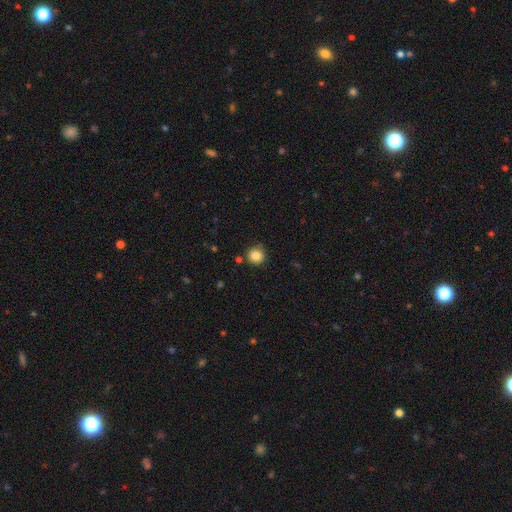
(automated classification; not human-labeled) smooth_or_featured: smooth (p=0.85) [alt: star or artifact p=0.10]
how_rounded: round (p=0.91) [alt: in between p=0.08]
merging: none (p=0.85) [alt: minor disturbance p=0.10]